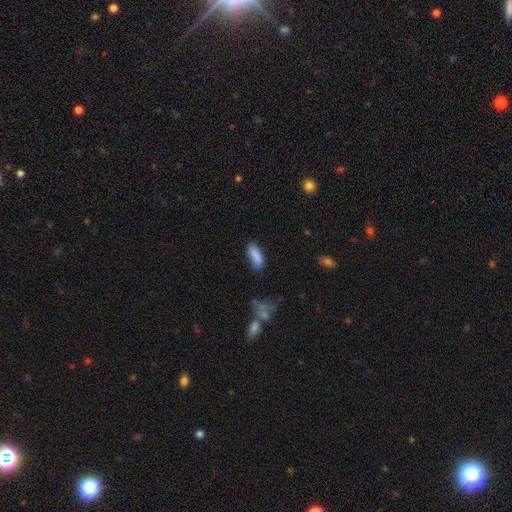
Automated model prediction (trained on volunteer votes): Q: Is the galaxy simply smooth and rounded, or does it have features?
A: smooth — 86%.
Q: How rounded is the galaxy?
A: in between — 62%.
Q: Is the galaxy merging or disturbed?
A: none — 72%.